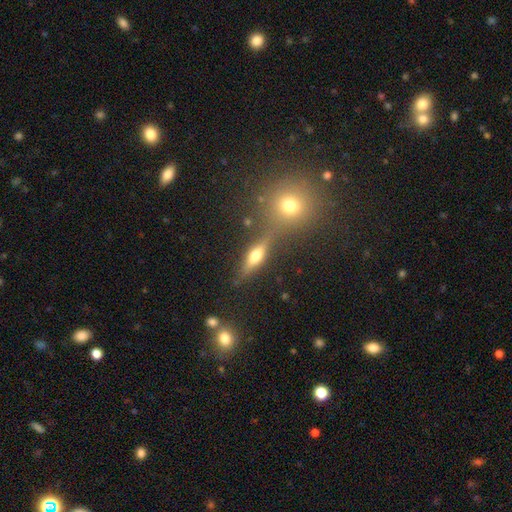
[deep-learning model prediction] The model was most divided on "smooth or featured" (2-way tie): featured or disk: 43%, smooth: 43%, star or artifact: 13%. More confident: merging — none (70%).